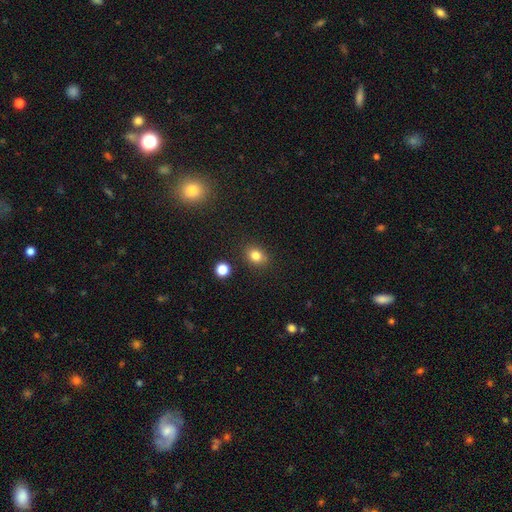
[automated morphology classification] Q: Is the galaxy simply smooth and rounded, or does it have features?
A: smooth — 82%.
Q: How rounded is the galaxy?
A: round — 52%.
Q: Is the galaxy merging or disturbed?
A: none — 84%.